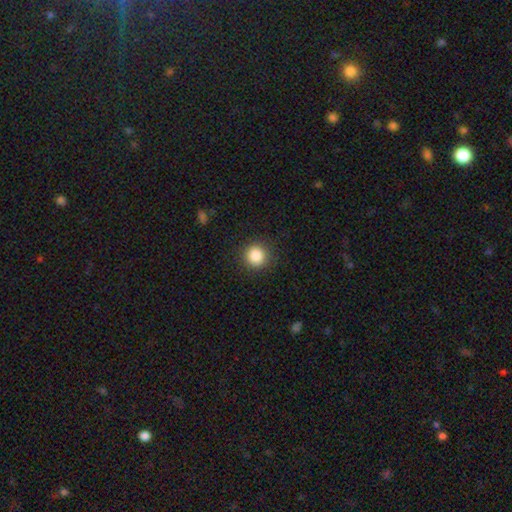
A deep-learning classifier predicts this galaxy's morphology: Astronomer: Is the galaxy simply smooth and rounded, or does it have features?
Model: smooth — 86%.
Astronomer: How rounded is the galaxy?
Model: round — 94%.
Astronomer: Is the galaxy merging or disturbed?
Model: none — 91%.